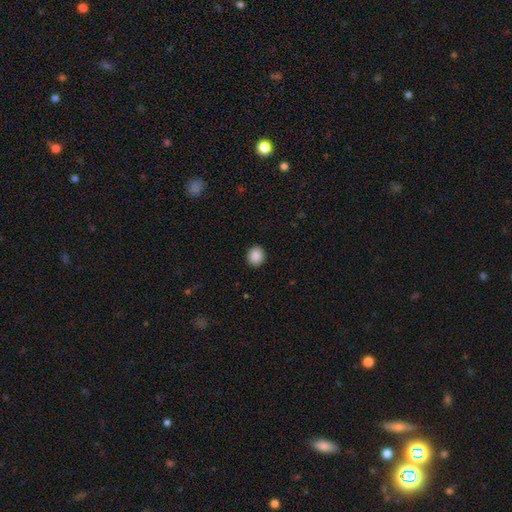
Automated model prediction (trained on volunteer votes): A smooth galaxy with no disk features (89%) that is round (86%). Merging: none (92%).